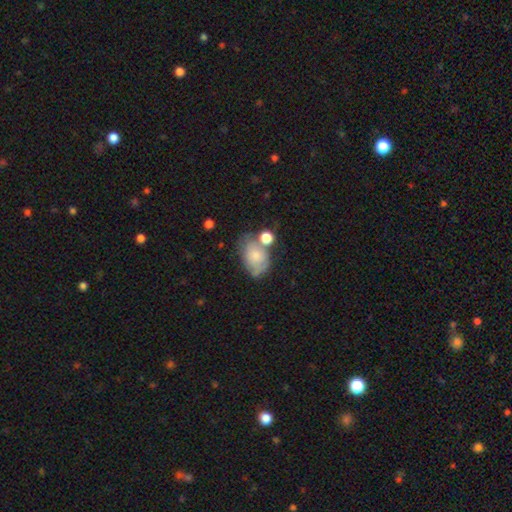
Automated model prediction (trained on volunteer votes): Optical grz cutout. It shows a smooth galaxy with no disk features (68%) that is in between round and cigar-shaped (78%). Merging: none (39%).